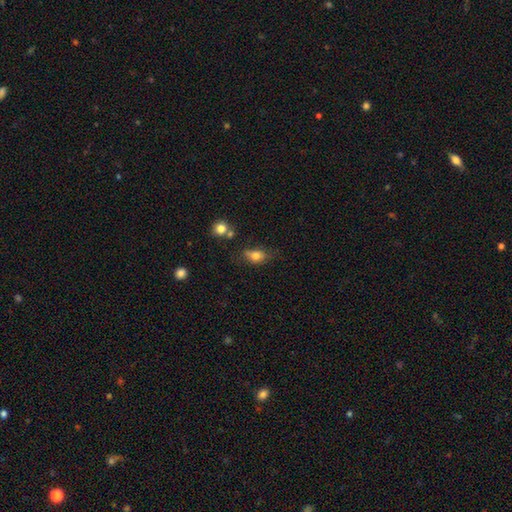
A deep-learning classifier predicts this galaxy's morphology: type=smooth (76%); roundness=in between (74%); merging=none (55%).